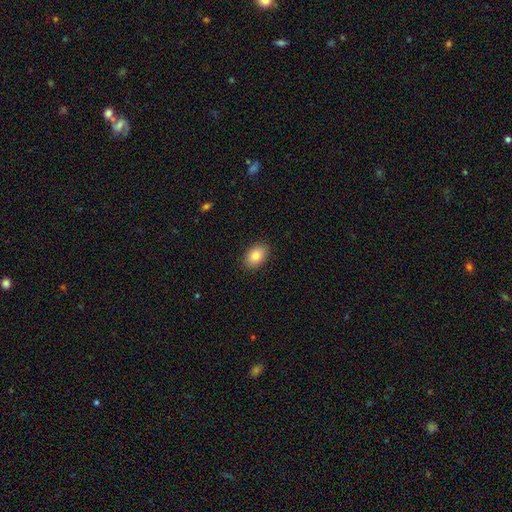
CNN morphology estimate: A smooth galaxy with no disk features (85%) that is in between round and cigar-shaped (86%).

Vote fractions:
- Smooth or featured? smooth: 85% / star or artifact: 8% / featured or disk: 8%
- How rounded? in between: 86% / round: 13% / cigar-shaped: 1%
- Merging? none: 89% / minor disturbance: 8% / major disturbance: 2% / merger: 1%